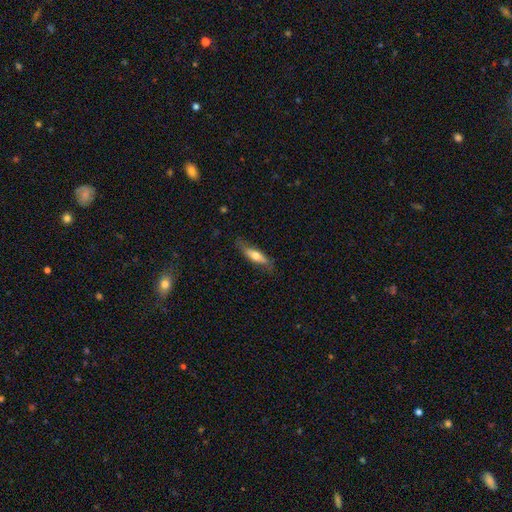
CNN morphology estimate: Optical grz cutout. It shows a smooth galaxy with no disk features (56%) that is cigar-shaped (60%). Merging: none (73%).